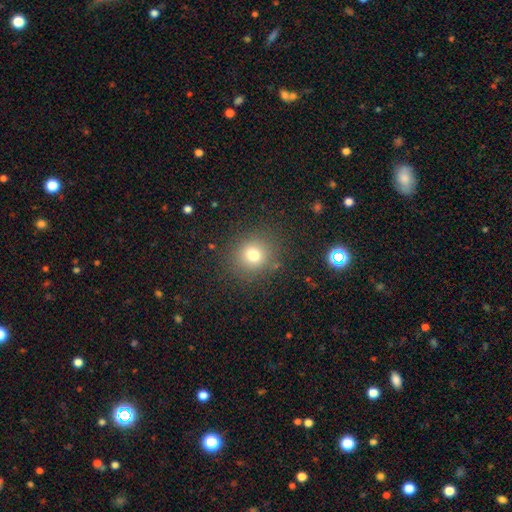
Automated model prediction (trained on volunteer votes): Smooth or featured?
  - smooth: 61% *
  - star or artifact: 32%
  - featured or disk: 6%
How rounded?
  - round: 92% *
  - in between: 7%
  - cigar-shaped: 1%
Merging?
  - none: 92% *
  - minor disturbance: 5%
  - major disturbance: 2%
  - merger: 1%